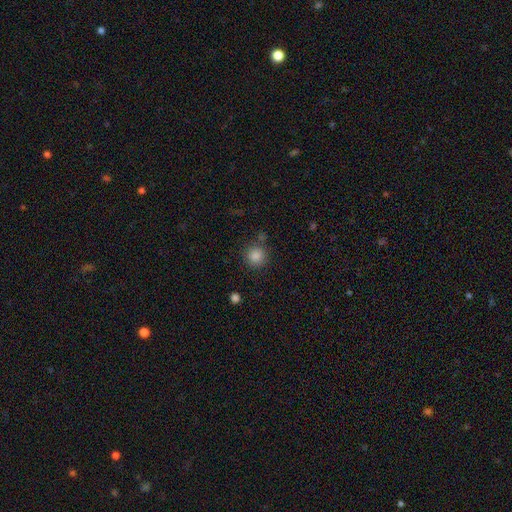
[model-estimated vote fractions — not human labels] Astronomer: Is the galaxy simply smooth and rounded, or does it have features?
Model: smooth — 86%.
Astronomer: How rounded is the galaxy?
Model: round — 93%.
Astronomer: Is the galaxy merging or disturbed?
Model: none — 83%.